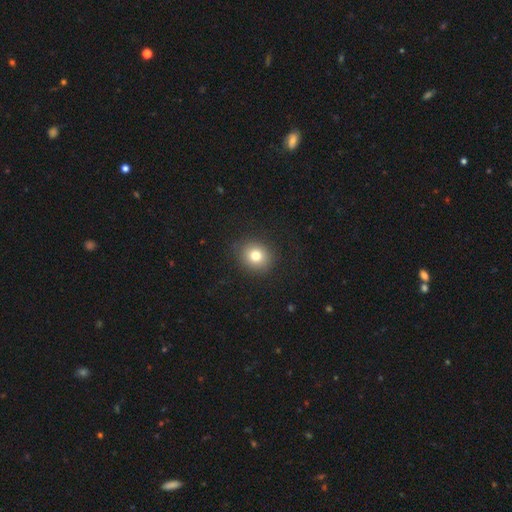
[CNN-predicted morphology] Overall: smooth (78%). How rounded: round (81%). Merging: none (89%).